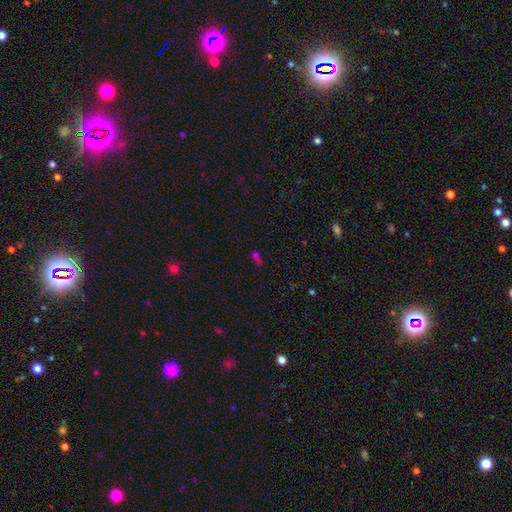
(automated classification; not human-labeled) Smooth or featured: smooth — 50% (star or artifact — 39%)
How rounded: in between — 69% (round — 22%)
Merging: none — 52% (minor disturbance — 20%)